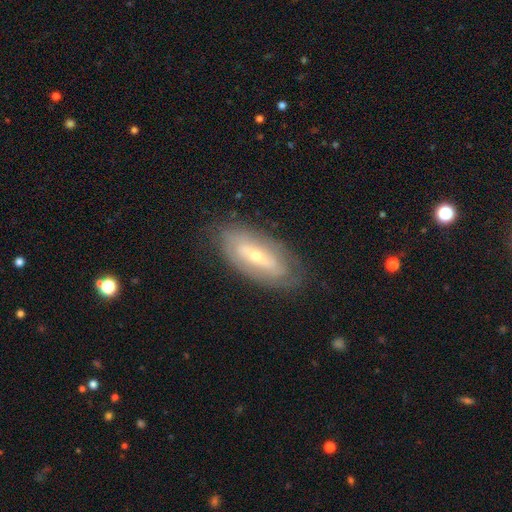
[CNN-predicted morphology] featured or disk 67%, smooth 26%, star or artifact 7%. Down the decision tree: edge-on disk — no (82%); bar — strong (36%); spiral arms — yes (55%); bulge size — small (55%); merging — none (79%).